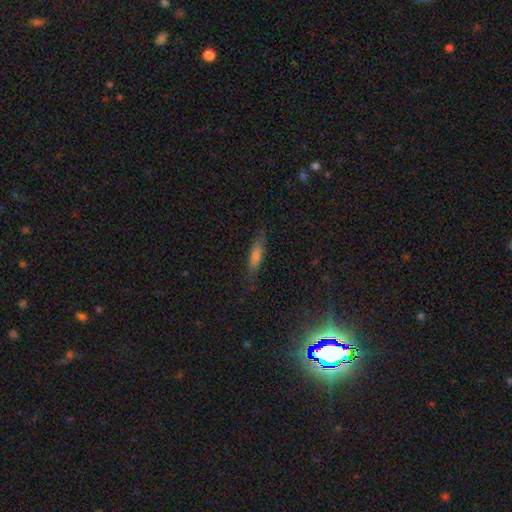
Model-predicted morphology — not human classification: smooth 58%, featured or disk 26%, star or artifact 16%. Down the decision tree: how rounded — cigar-shaped (76%); merging — none (77%).